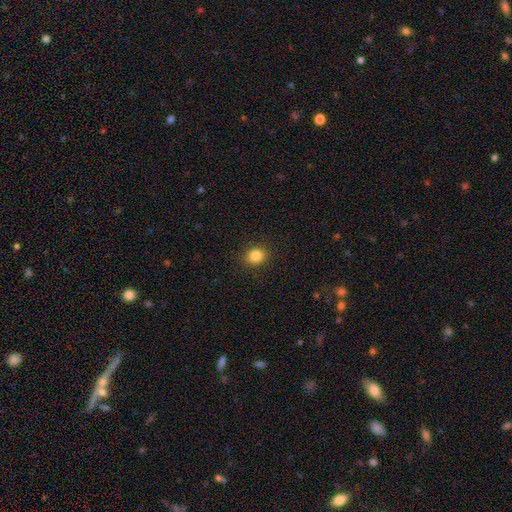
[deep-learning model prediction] Smooth or featured? smooth (84%)
How rounded? round (73%)
Merging? none (90%)